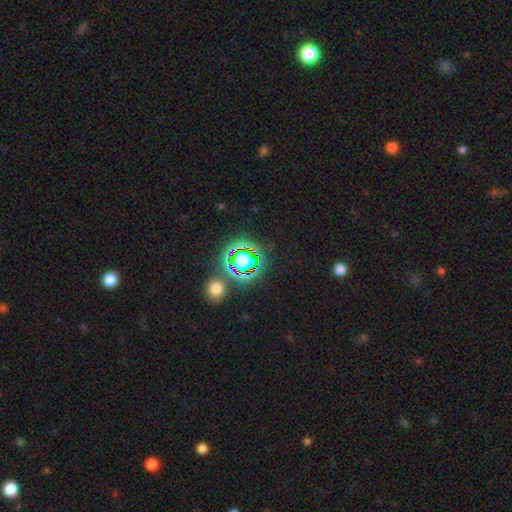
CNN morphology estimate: Smooth or featured? star or artifact (78%)